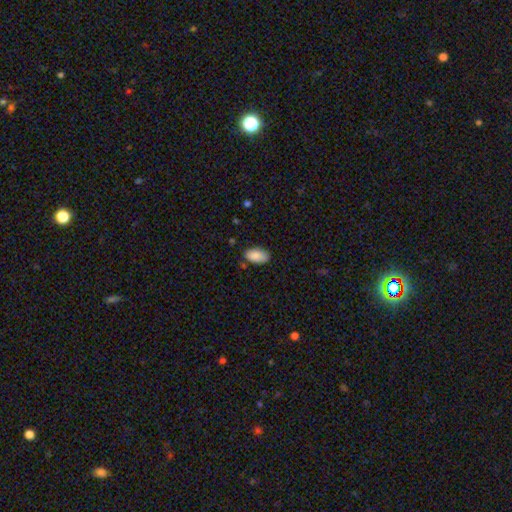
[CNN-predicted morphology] Smooth or featured? smooth (88%)
How rounded? in between (95%)
Merging? none (78%)